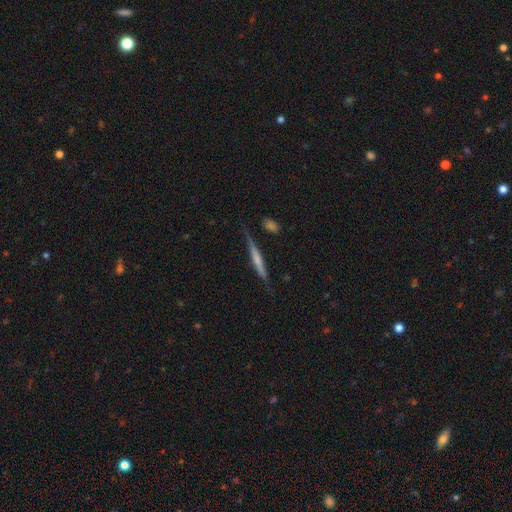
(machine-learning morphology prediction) Smooth or featured? featured or disk (63%)
Edge-on disk? yes (97%)
Edge-on bulge? rounded (44%)
Merging? none (83%)